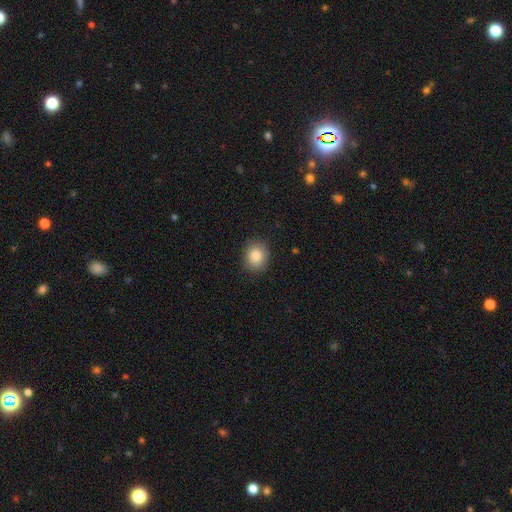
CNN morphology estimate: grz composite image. It shows a smooth galaxy with no disk features (85%) that is round (69%). Merging: none (86%).